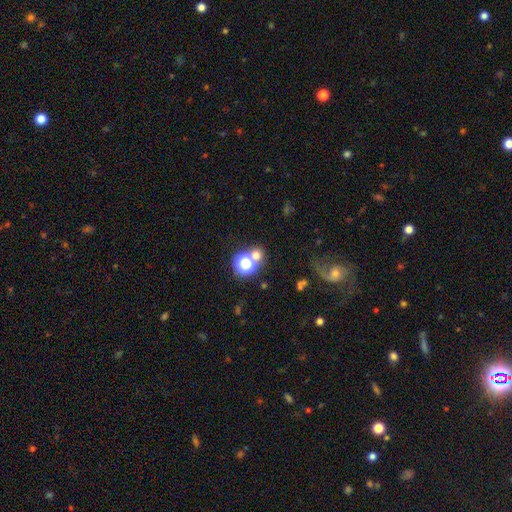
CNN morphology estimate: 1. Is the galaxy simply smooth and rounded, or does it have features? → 59% smooth, 32% star or artifact, 9% featured or disk.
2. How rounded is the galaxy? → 86% round, 13% in between, 1% cigar-shaped.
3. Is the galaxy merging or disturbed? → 60% none, 27% merger, 8% minor disturbance, 5% major disturbance.